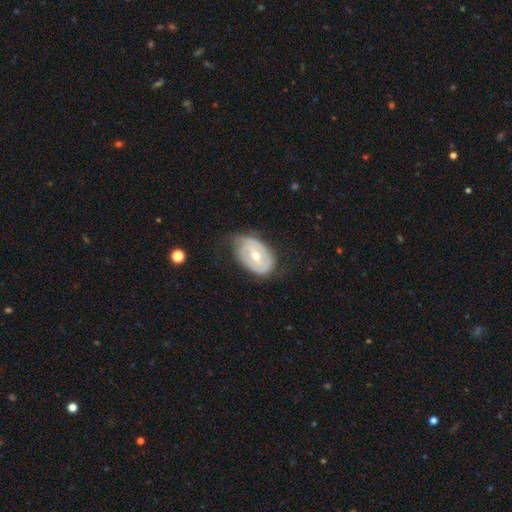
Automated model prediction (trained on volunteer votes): featured or disk 68%, smooth 27%, star or artifact 6%. Down the decision tree: edge-on disk — no (94%); bar — no (47%); spiral arms — yes (63%); bulge size — moderate (56%); merging — none (55%).